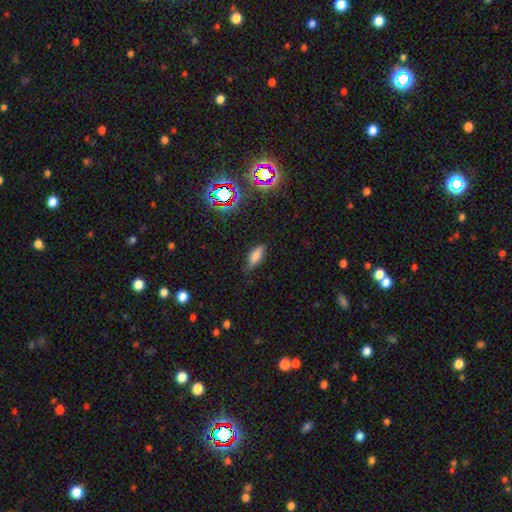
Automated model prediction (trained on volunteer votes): Smooth or featured?
  - smooth: 73% *
  - featured or disk: 14%
  - star or artifact: 13%
How rounded?
  - in between: 67% *
  - cigar-shaped: 30%
  - round: 3%
Merging?
  - none: 76% *
  - minor disturbance: 19%
  - major disturbance: 4%
  - merger: 2%